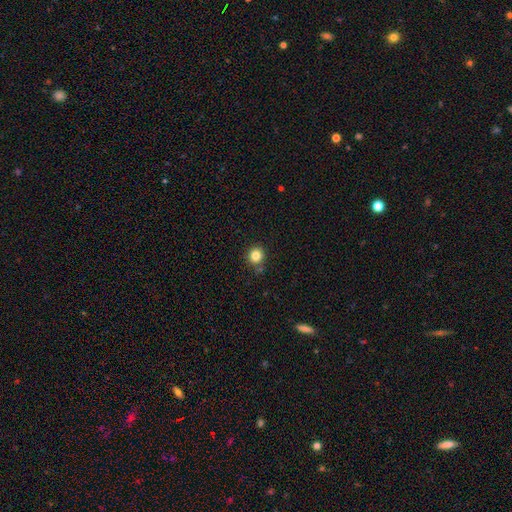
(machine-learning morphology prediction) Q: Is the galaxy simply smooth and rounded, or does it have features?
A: smooth — 83%.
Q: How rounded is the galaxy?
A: round — 91%.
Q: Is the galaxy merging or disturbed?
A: none — 82%.